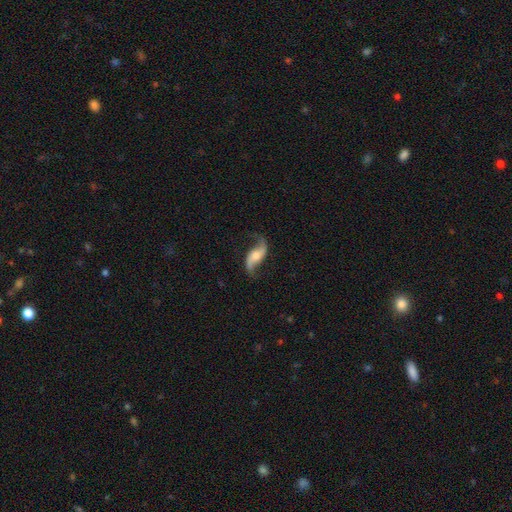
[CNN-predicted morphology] Q: Smooth or featured?
A: featured or disk (85%); runner-up: smooth (9%)
Q: Edge-on disk?
A: no (94%); runner-up: yes (6%)
Q: Bar?
A: no (50%); runner-up: weak (32%)
Q: Spiral arms?
A: yes (96%); runner-up: no (4%)
Q: Spiral winding?
A: loose (87%); runner-up: medium (10%)
Q: Spiral arm count?
A: 2 (94%); runner-up: 1 (2%)
Q: Bulge size?
A: moderate (54%); runner-up: small (32%)
Q: Merging?
A: none (78%); runner-up: minor disturbance (14%)